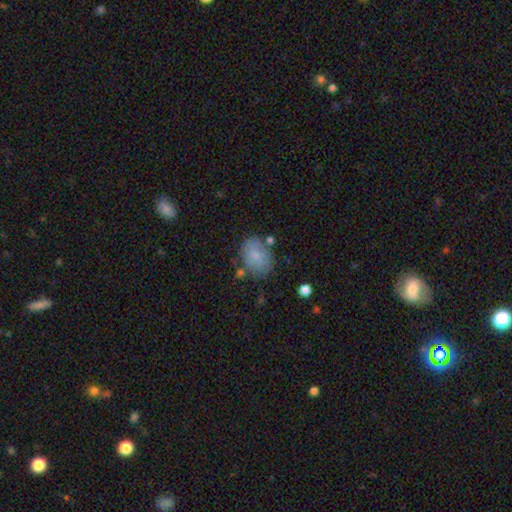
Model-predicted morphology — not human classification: A smooth galaxy with no disk features (80%) that is in between round and cigar-shaped (69%).

Vote fractions:
- Smooth or featured? smooth: 80% / featured or disk: 12% / star or artifact: 8%
- How rounded? in between: 69% / round: 29% / cigar-shaped: 1%
- Merging? none: 70% / minor disturbance: 18% / merger: 6% / major disturbance: 5%